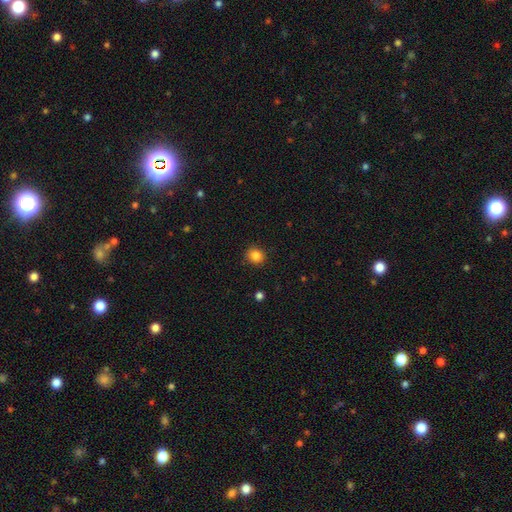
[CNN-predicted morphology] smooth_or_featured: smooth (p=0.85) [alt: star or artifact p=0.11]
how_rounded: round (p=0.84) [alt: in between p=0.15]
merging: none (p=0.86) [alt: minor disturbance p=0.10]